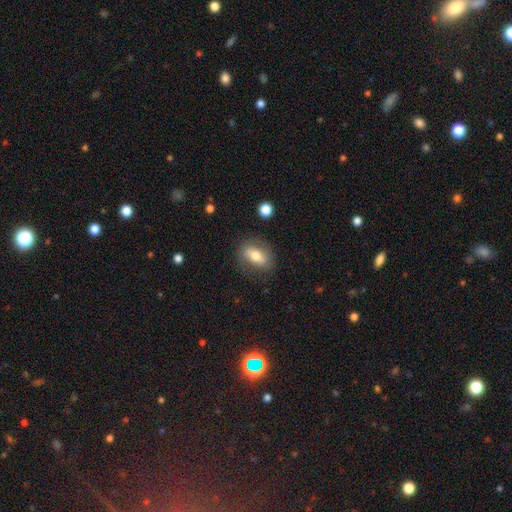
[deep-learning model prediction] The model was most divided on "smooth or featured": smooth: 57%, featured or disk: 35%, star or artifact: 8%. More confident: how rounded — in between (77%); merging — none (76%).